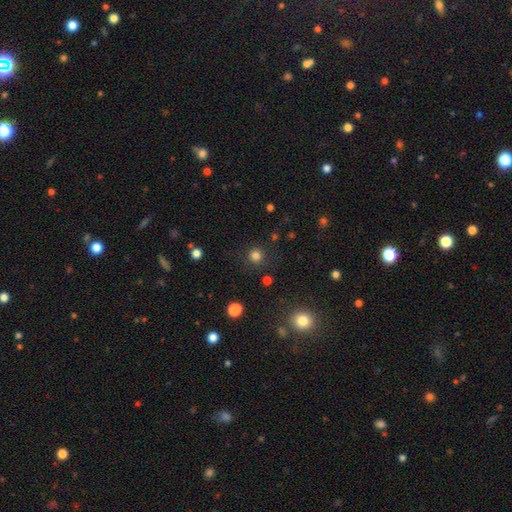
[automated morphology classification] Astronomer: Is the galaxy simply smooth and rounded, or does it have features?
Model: smooth — 81%.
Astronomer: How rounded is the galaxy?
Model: round — 93%.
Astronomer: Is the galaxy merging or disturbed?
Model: none — 88%.